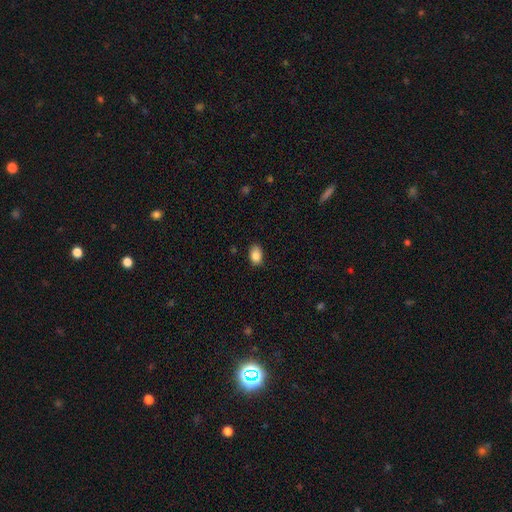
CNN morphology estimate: smooth 86%, star or artifact 8%, featured or disk 5%. Down the decision tree: how rounded — in between (86%); merging — none (82%).